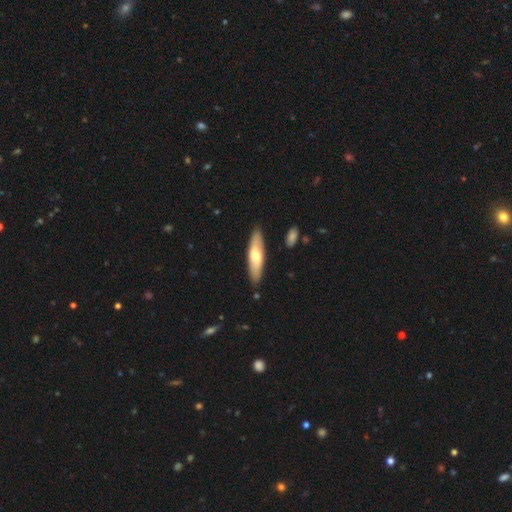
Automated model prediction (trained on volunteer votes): Smooth or featured: smooth — 60% (featured or disk — 35%)
How rounded: cigar-shaped — 62% (in between — 36%)
Merging: none — 86% (minor disturbance — 10%)